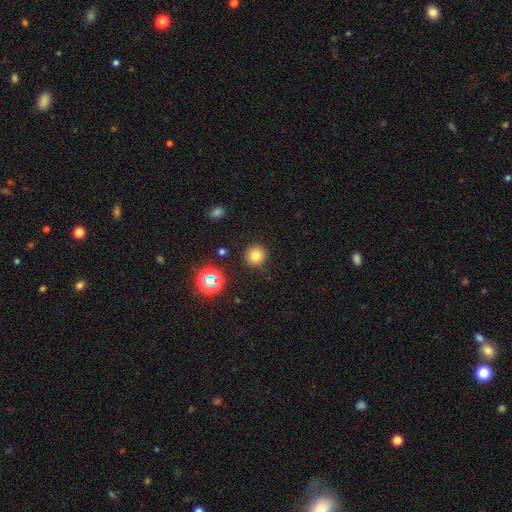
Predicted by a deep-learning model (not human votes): This appears to be a smooth galaxy with no disk features (76%) that is round (93%). Merging: none (88%).